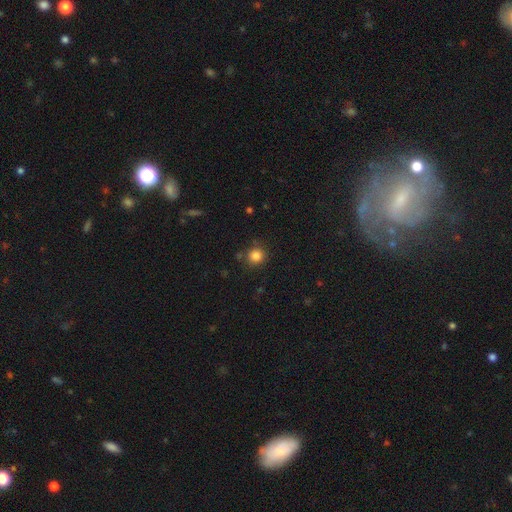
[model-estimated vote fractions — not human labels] smooth 84%, star or artifact 12%, featured or disk 4%. Down the decision tree: how rounded — round (90%); merging — none (85%).